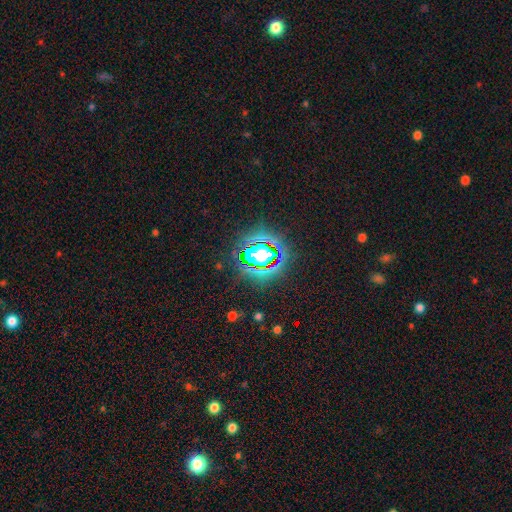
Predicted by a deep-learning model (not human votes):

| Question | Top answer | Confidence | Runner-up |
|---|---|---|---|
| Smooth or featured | star or artifact | 81% | smooth (11%) |